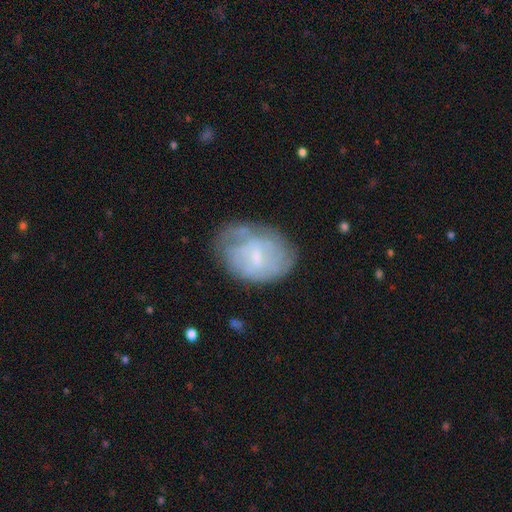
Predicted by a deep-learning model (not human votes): Smooth or featured: featured or disk — 53% (smooth — 39%)
Edge-on disk: no — 96% (yes — 4%)
Bar: weak — 50% (no — 40%)
Spiral arms: yes — 58% (no — 42%)
Bulge size: small — 59% (moderate — 23%)
Merging: none — 55% (minor disturbance — 29%)